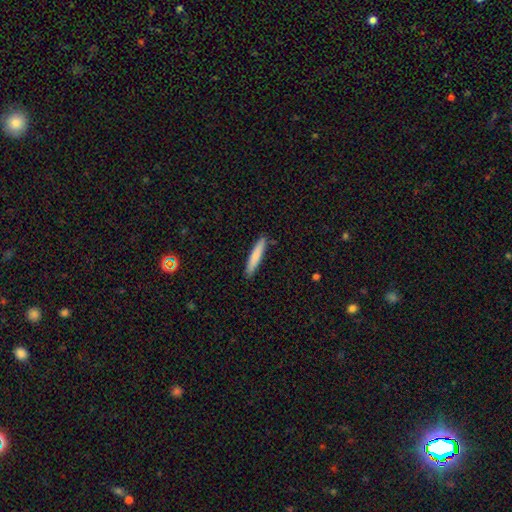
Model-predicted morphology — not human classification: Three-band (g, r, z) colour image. It shows a smooth galaxy with no disk features (79%) that is cigar-shaped (91%). Merging: none (90%).